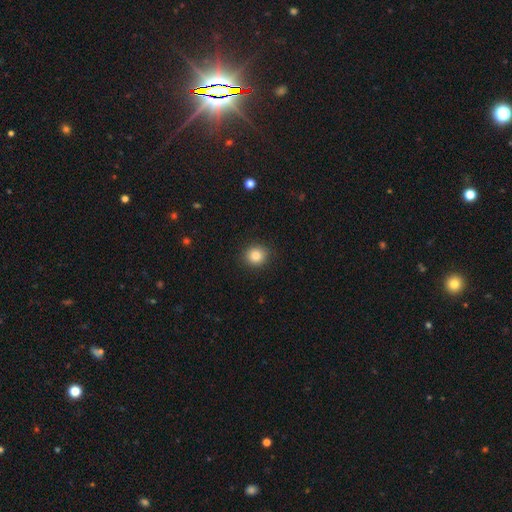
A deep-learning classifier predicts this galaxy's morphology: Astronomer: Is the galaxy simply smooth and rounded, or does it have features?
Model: smooth — 84%.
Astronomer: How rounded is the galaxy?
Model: round — 83%.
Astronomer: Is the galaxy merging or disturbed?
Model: none — 91%.